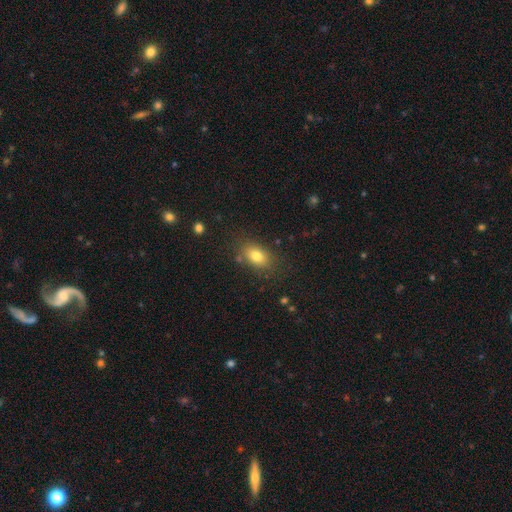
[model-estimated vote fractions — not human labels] Smooth or featured? Predicted: smooth (p=0.78). How rounded? Predicted: in between (p=0.82). Merging? Predicted: none (p=0.80).